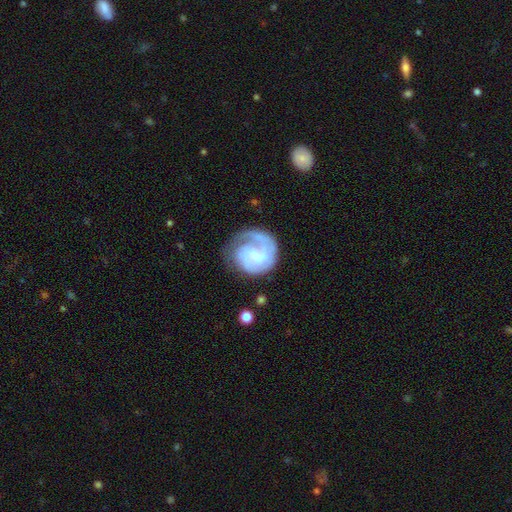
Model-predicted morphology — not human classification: Q: Smooth or featured?
A: featured or disk (76%); runner-up: smooth (19%)
Q: Edge-on disk?
A: no (98%); runner-up: yes (2%)
Q: Bar?
A: weak (48%); runner-up: no (40%)
Q: Spiral arms?
A: yes (93%); runner-up: no (7%)
Q: Spiral winding?
A: tight (48%); runner-up: medium (37%)
Q: Spiral arm count?
A: 1 (41%); runner-up: 2 (34%)
Q: Bulge size?
A: small (49%); runner-up: none (28%)
Q: Merging?
A: none (58%); runner-up: minor disturbance (20%)